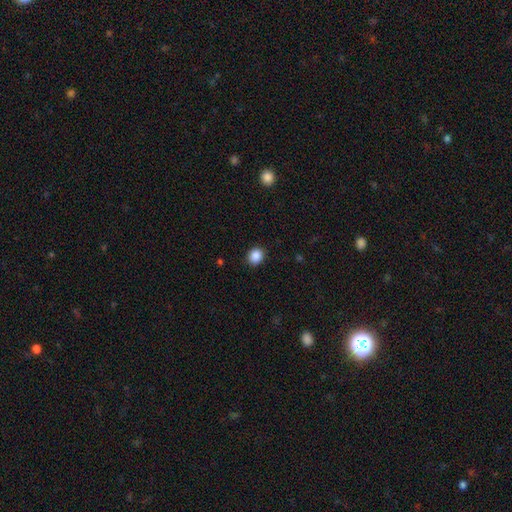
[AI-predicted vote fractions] This appears to be a smooth galaxy with no disk features (88%) that is round (71%). Merging: none (89%).